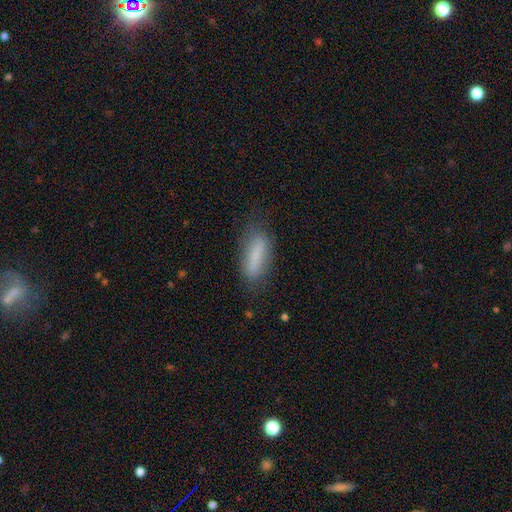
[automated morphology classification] Overall: smooth (74%). How rounded: in between (49%, tied with cigar-shaped). Merging: none (72%).